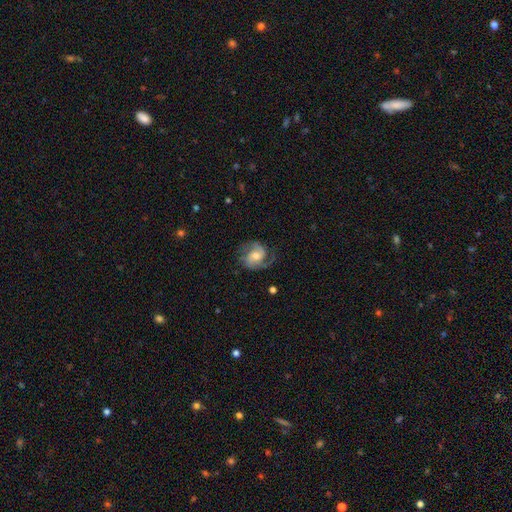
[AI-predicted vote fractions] A featured or disk galaxy (82%) with no bar (50%), 2 (82%) medium (51%) spiral arms (96%) and a moderate central bulge (57%).

Vote fractions:
- Smooth or featured? featured or disk: 82% / smooth: 12% / star or artifact: 6%
- Edge-on disk? no: 98% / yes: 2%
- Bar? no: 50% / weak: 39% / strong: 10%
- Spiral arms? yes: 96% / no: 4%
- Spiral winding? medium: 51% / tight: 27% / loose: 22%
- Spiral arm count? 2: 82% / 1: 6% / can't tell: 5% / 3: 4% / 4: 1% / more than 4: 1%
- Bulge size? moderate: 57% / small: 31% / large: 8% / none: 3% / dominant: 1%
- Merging? none: 69% / minor disturbance: 18% / major disturbance: 11% / merger: 1%